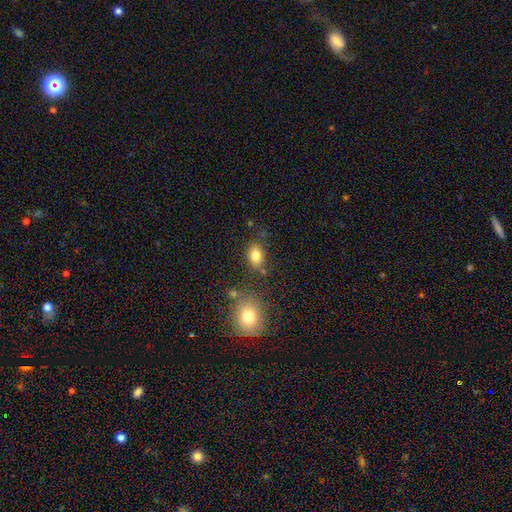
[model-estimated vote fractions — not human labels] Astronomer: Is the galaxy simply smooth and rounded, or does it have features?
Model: smooth — 82%.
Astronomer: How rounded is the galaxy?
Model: in between — 76%.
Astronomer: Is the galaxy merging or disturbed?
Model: none — 72%.